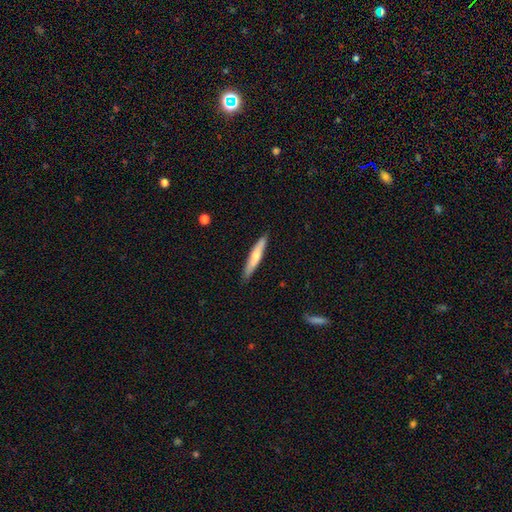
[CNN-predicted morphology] type=smooth (62%); roundness=cigar-shaped (91%); merging=none (88%).